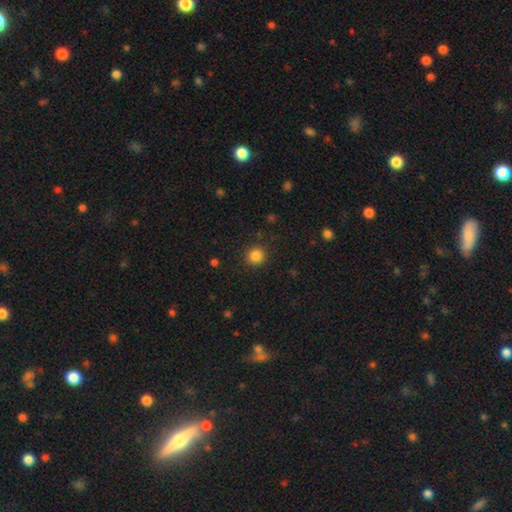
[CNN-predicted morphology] This appears to be a smooth galaxy with no disk features (85%) that is round (90%). Merging: none (90%).